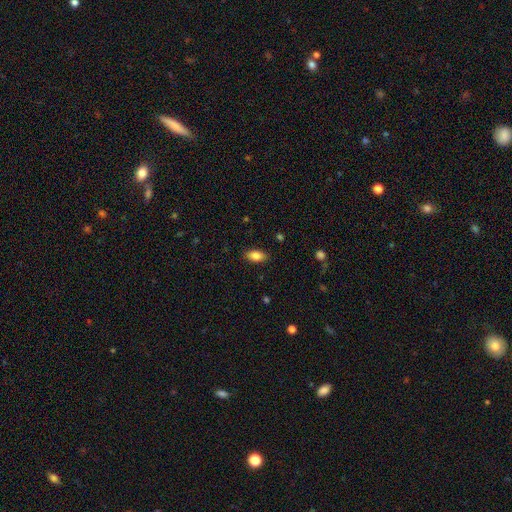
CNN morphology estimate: Smooth or featured?
  - smooth: 86% *
  - star or artifact: 8%
  - featured or disk: 6%
How rounded?
  - in between: 91% *
  - round: 5%
  - cigar-shaped: 4%
Merging?
  - none: 87% *
  - minor disturbance: 10%
  - major disturbance: 2%
  - merger: 1%